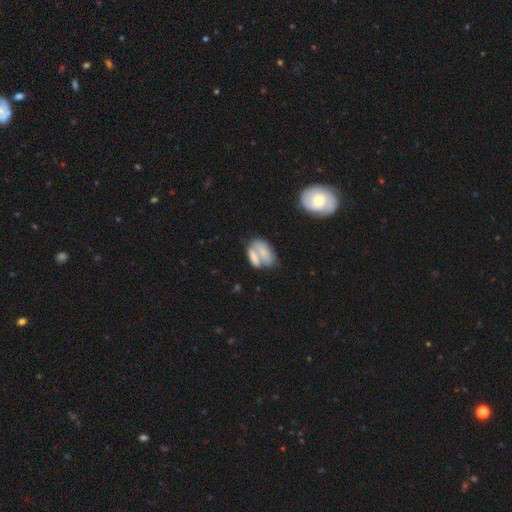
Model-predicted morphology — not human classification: type=smooth (63%); roundness=in between (83%); merging=merger (54%).